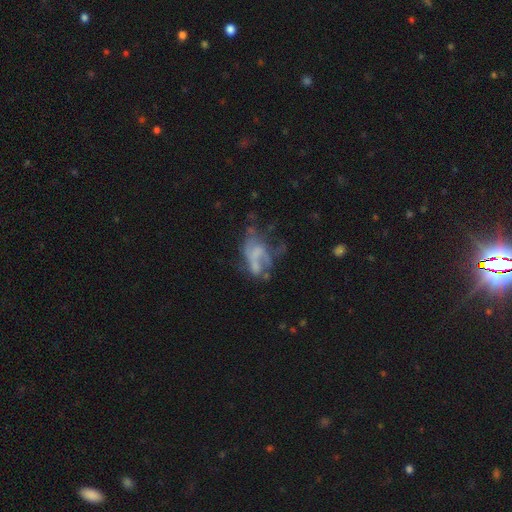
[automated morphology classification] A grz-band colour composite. It shows a featured or disk galaxy (59%) with no bar (75%), no spiral arms (72%) and no central bulge (69%). Merging: major disturbance (40%).